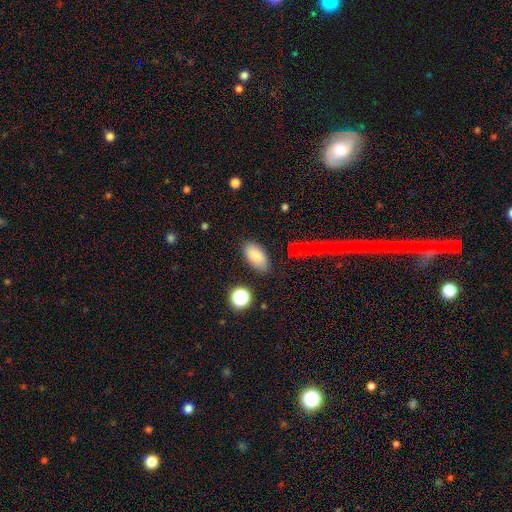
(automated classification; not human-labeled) This is clearly a smooth galaxy (84%). How rounded: clearly in between (92%). Merging: clearly none (81%).